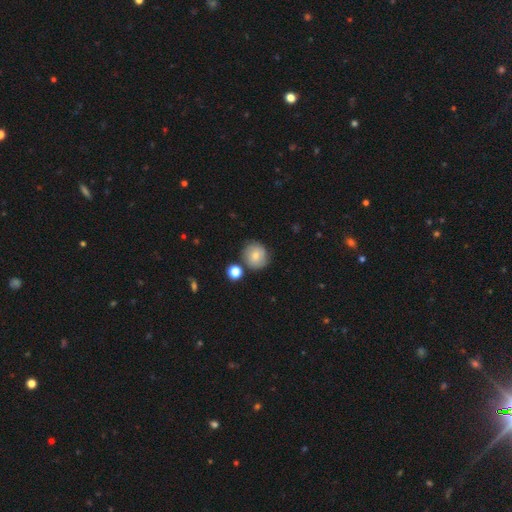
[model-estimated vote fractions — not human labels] A smooth galaxy with no disk features (72%) that is round (87%).

Vote fractions:
- Smooth or featured? smooth: 72% / featured or disk: 18% / star or artifact: 9%
- How rounded? round: 87% / in between: 12% / cigar-shaped: 1%
- Merging? none: 76% / minor disturbance: 13% / merger: 8% / major disturbance: 3%